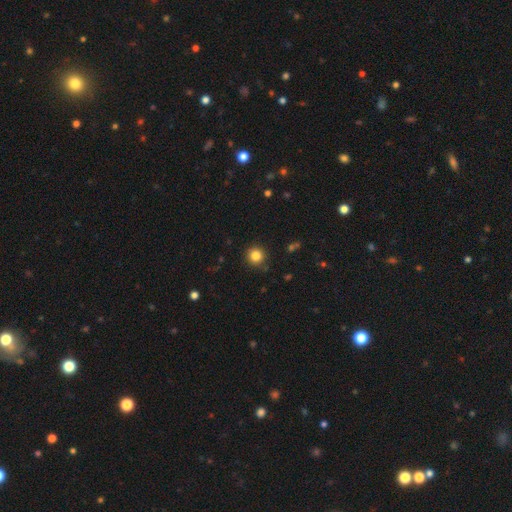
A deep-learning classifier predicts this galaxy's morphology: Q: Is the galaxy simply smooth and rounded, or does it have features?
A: smooth — 83%.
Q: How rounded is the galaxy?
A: round — 95%.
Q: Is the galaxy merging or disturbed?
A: none — 90%.